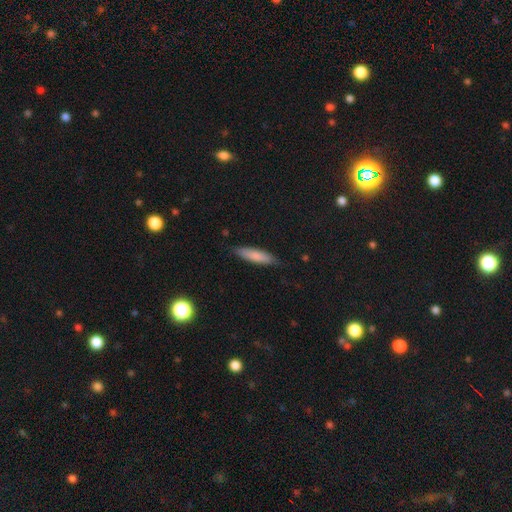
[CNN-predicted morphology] This appears to be a smooth galaxy with no disk features (80%) that is cigar-shaped (66%). Merging: none (82%).